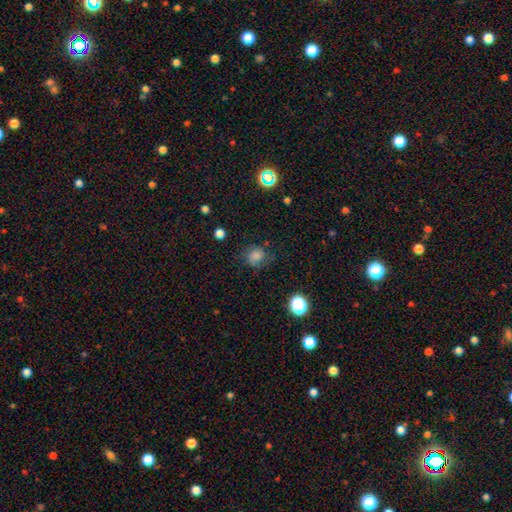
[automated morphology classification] Smooth or featured: smooth — 67% (star or artifact — 19%)
How rounded: round — 71% (in between — 28%)
Merging: none — 67% (minor disturbance — 21%)